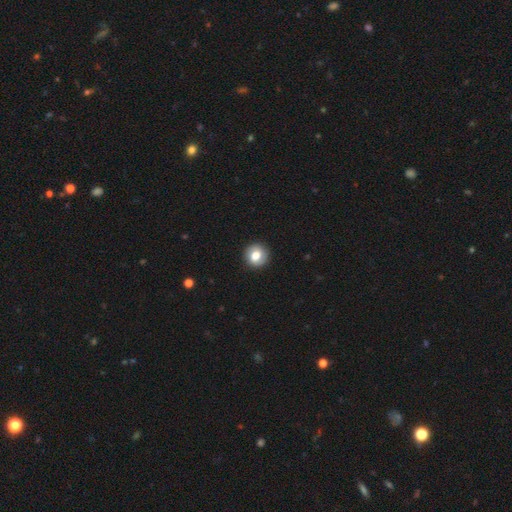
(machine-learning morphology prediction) The model was most divided on "smooth or featured": smooth: 70%, featured or disk: 21%, star or artifact: 9%. More confident: how rounded — round (90%); merging — none (89%).